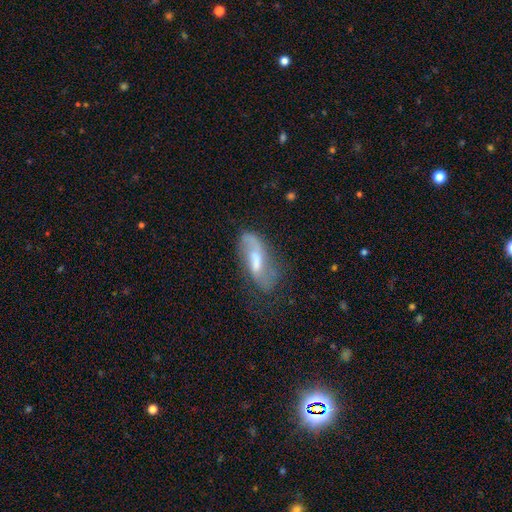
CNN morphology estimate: Overall: featured or disk (69%). Edge-on disk: no (90%). Bar: weak (49%; no 28%). Spiral arms: yes (86%). Spiral arm count: 2 (70%). Spiral winding: loose (53%; medium 34%). Bulge size: moderate (46%; small 29%). Merging: none (57%; minor disturbance 24%).